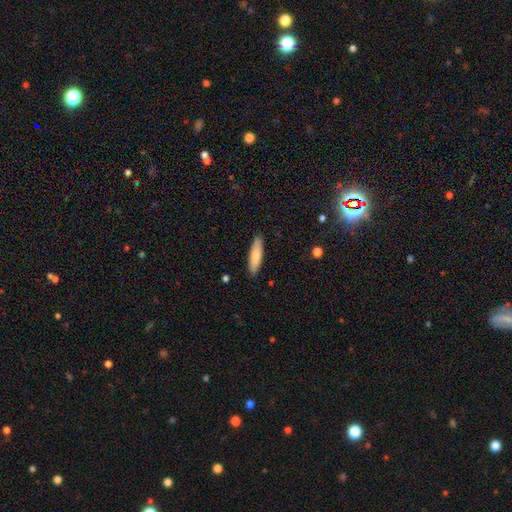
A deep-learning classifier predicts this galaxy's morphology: Smooth or featured: smooth — 78% (featured or disk — 17%)
How rounded: cigar-shaped — 69% (in between — 30%)
Merging: none — 88% (minor disturbance — 9%)